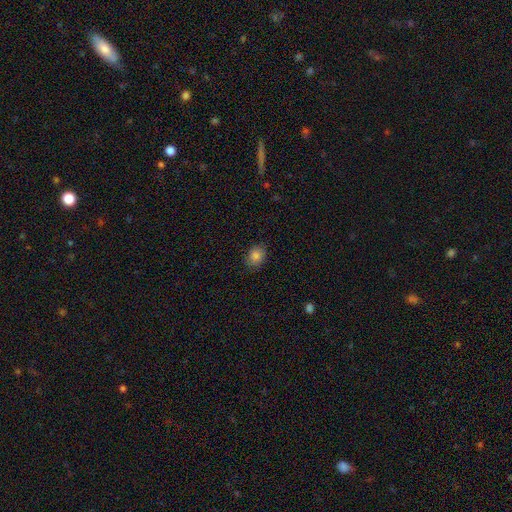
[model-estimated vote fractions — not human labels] Smooth or featured? smooth (83%)
How rounded? round (54%)
Merging? none (80%)